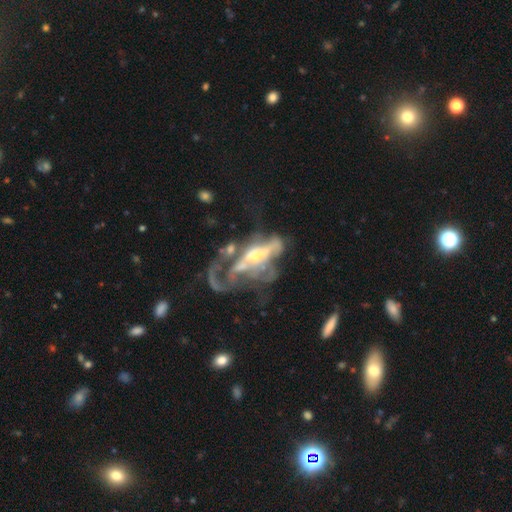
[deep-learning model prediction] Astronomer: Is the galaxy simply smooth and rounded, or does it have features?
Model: featured or disk — 74%.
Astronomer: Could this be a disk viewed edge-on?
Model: no — 87%.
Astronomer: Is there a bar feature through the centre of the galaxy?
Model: no — 56%.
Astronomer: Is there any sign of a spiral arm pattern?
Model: no — 50%, tied with yes at 50%.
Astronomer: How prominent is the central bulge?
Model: moderate — 53%.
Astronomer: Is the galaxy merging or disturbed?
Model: major disturbance — 48% (runner-up: merger, 25%).